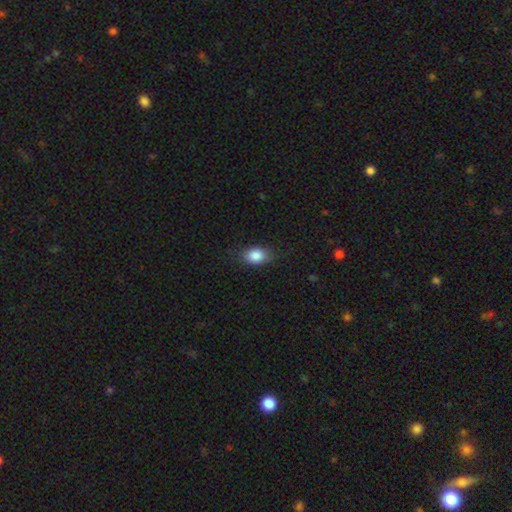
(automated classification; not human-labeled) Smooth or featured? smooth (85%)
How rounded? in between (75%)
Merging? none (75%)